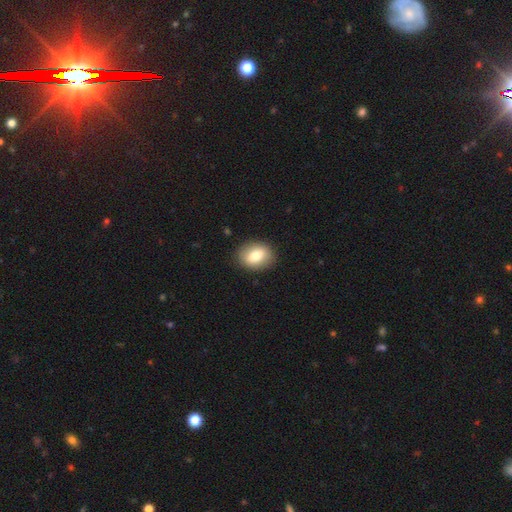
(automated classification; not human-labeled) Smooth or featured?
  - smooth: 75% *
  - featured or disk: 17%
  - star or artifact: 8%
How rounded?
  - in between: 60% *
  - round: 38%
  - cigar-shaped: 1%
Merging?
  - none: 88% *
  - minor disturbance: 9%
  - major disturbance: 2%
  - merger: 1%